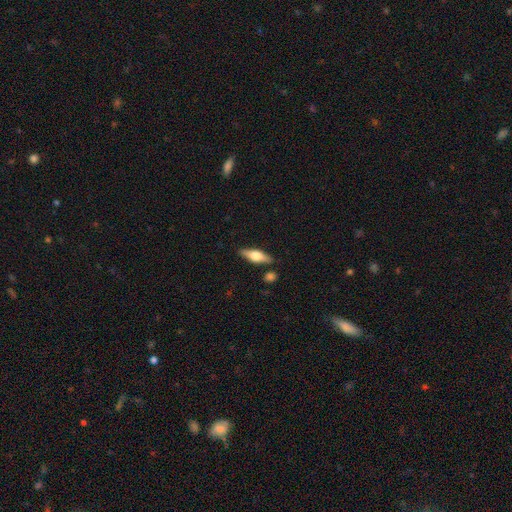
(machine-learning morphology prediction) smooth-or-featured: featured or disk: 47% (tied) | smooth: 47% (tied) | star or artifact: 6%
  merging: none: 83% | minor disturbance: 10% | merger: 4% | major disturbance: 2%